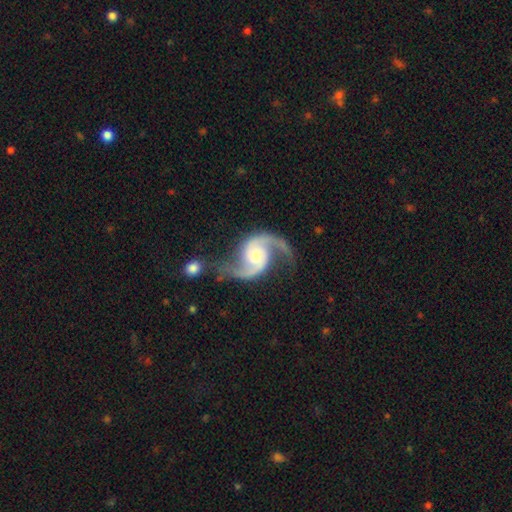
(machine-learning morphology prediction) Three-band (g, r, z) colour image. It shows a featured or disk galaxy (93%) with no bar (61%), 2 (94%) medium (49%) spiral arms (98%) and a moderate central bulge (60%). Merging: none (67%).